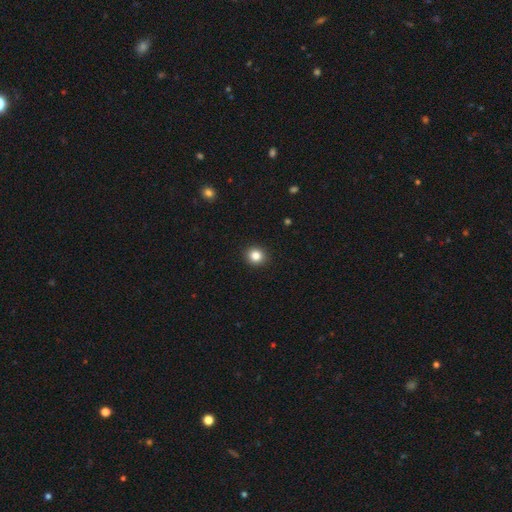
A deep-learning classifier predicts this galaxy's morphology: The model was most divided on "how rounded": round: 85%, in between: 14%, cigar-shaped: 1%. More confident: merging — none (92%); smooth or featured — smooth (84%).